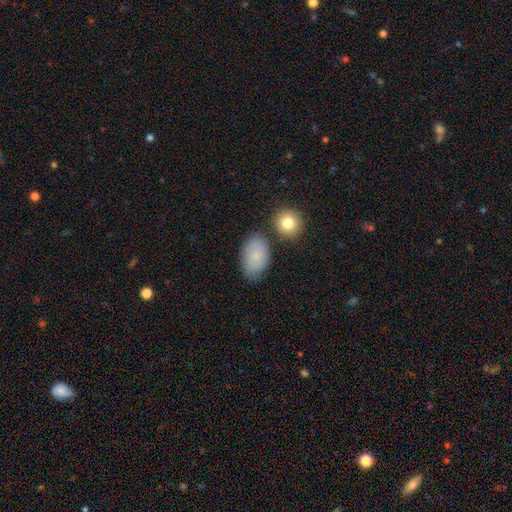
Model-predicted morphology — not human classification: Overall: smooth (74%). How rounded: in between (87%). Merging: none (68%).